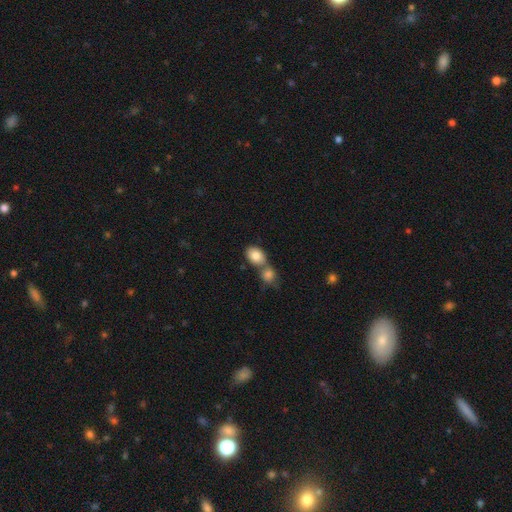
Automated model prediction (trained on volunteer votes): Overall: smooth (83%). How rounded: in between (69%). Merging: merger (58%; none 31%).